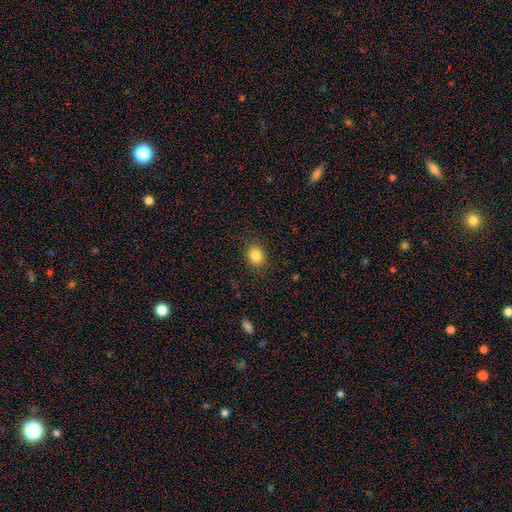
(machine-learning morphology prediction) smooth-or-featured: smooth: 84% | star or artifact: 11% | featured or disk: 5%
  how-rounded: round: 64% | in between: 35% | cigar-shaped: 1%
  merging: none: 87% | minor disturbance: 9% | major disturbance: 3% | merger: 1%